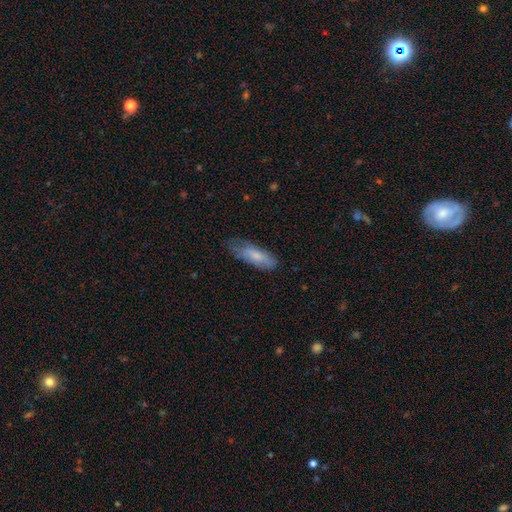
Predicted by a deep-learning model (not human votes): Smooth or featured? Predicted: smooth (p=0.71). How rounded? Predicted: in between (p=0.61). Merging? Predicted: none (p=0.52).